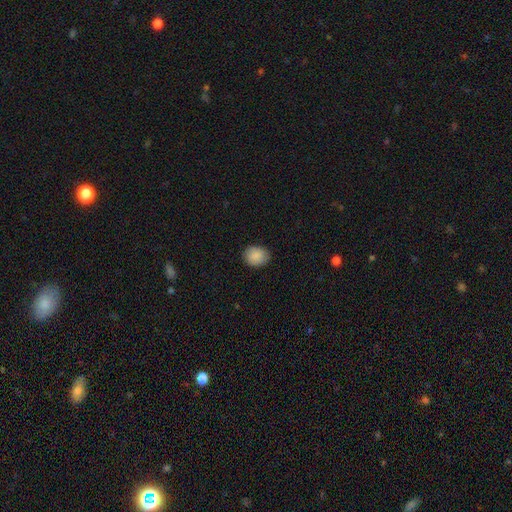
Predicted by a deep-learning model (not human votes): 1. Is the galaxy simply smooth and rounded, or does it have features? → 88% smooth, 7% star or artifact, 5% featured or disk.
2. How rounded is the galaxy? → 53% round, 46% in between, 1% cigar-shaped.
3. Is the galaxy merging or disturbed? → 85% none, 11% minor disturbance, 2% major disturbance, 1% merger.